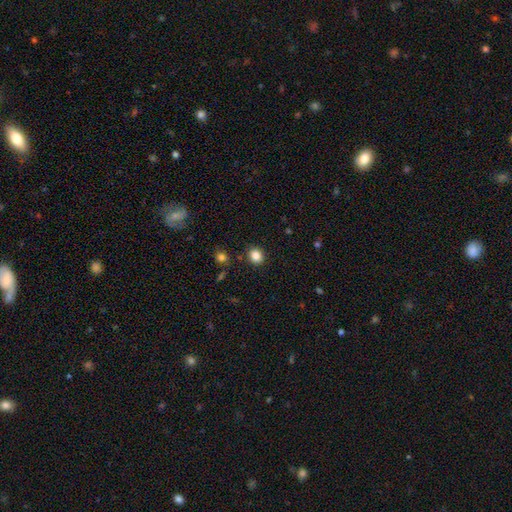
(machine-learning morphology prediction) Smooth or featured? Predicted: smooth (p=0.86). How rounded? Predicted: round (p=0.65). Merging? Predicted: none (p=0.88).